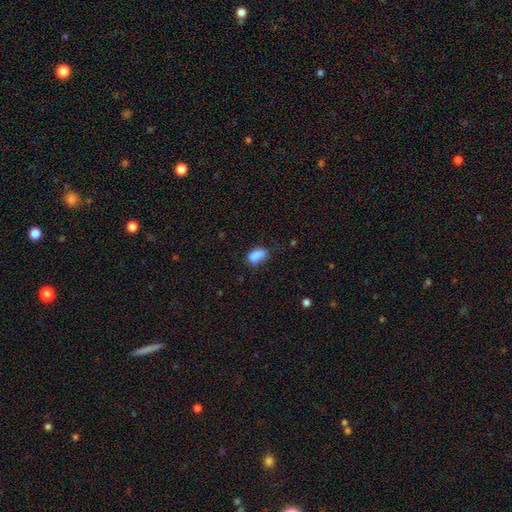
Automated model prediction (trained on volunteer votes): Smooth or featured?
  - smooth: 84% *
  - star or artifact: 9%
  - featured or disk: 7%
How rounded?
  - in between: 88% *
  - round: 9%
  - cigar-shaped: 3%
Merging?
  - none: 51% *
  - minor disturbance: 33%
  - major disturbance: 10%
  - merger: 5%